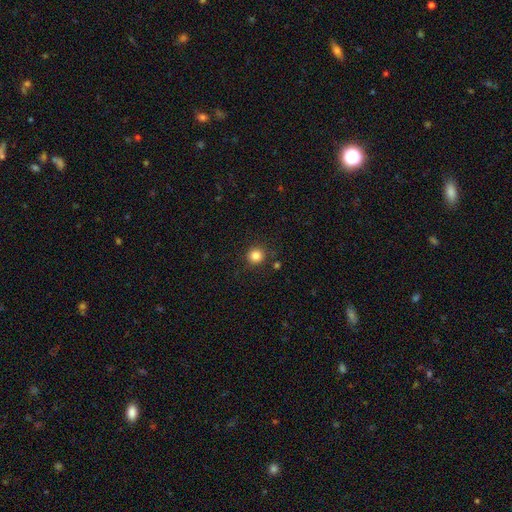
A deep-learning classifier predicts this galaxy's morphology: Smooth or featured: smooth — 84% (star or artifact — 12%)
How rounded: round — 94% (in between — 5%)
Merging: none — 89% (minor disturbance — 7%)